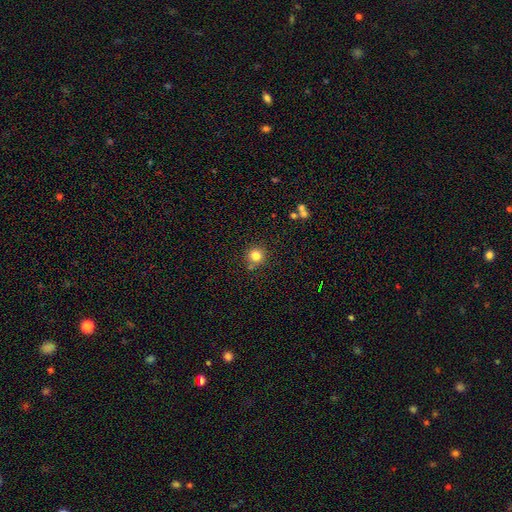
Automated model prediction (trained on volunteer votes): Smooth or featured: smooth — 80% (star or artifact — 13%)
How rounded: round — 93% (in between — 6%)
Merging: none — 80% (minor disturbance — 10%)